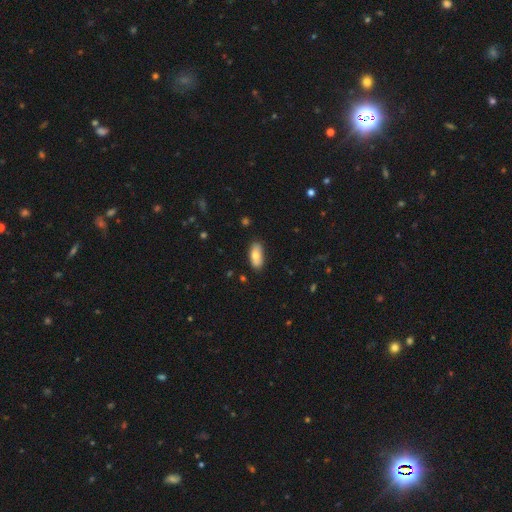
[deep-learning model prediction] Morphology: type=smooth (77%); roundness=in between (89%); merging=none (84%).